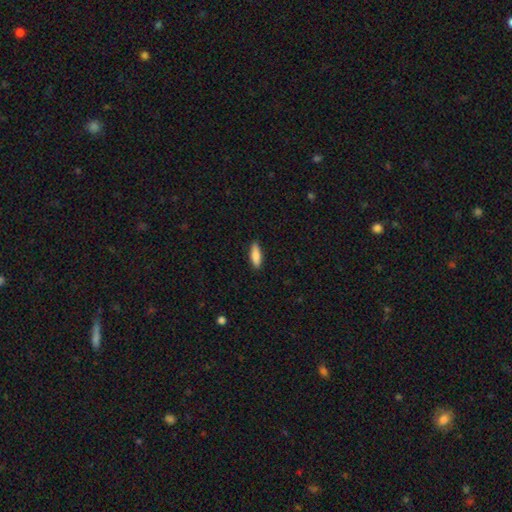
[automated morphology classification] Smooth or featured: smooth — 86% (featured or disk — 8%)
How rounded: in between — 52% (cigar-shaped — 46%)
Merging: none — 89% (minor disturbance — 8%)